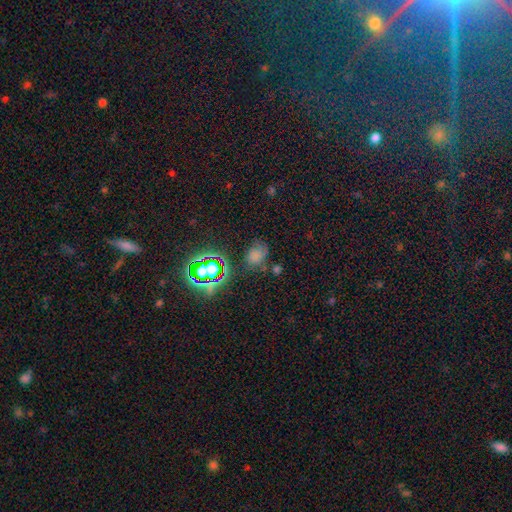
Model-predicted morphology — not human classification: Smooth or featured? smooth (60%)
How rounded? in between (54%)
Merging? none (62%)